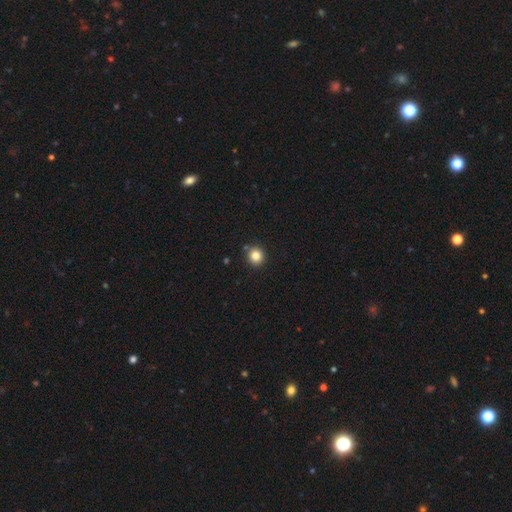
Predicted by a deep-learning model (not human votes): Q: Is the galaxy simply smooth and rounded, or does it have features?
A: smooth — 84%.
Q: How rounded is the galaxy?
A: round — 93%.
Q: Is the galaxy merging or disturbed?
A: none — 87%.